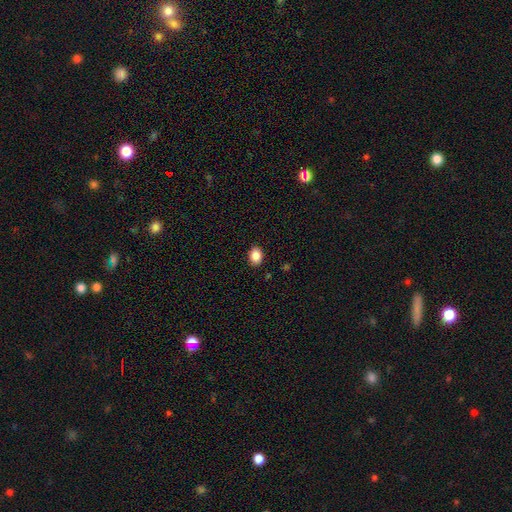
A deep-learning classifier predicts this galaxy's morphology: Q: Smooth or featured?
A: smooth (87%); runner-up: star or artifact (9%)
Q: How rounded?
A: in between (68%); runner-up: round (31%)
Q: Merging?
A: none (90%); runner-up: minor disturbance (7%)